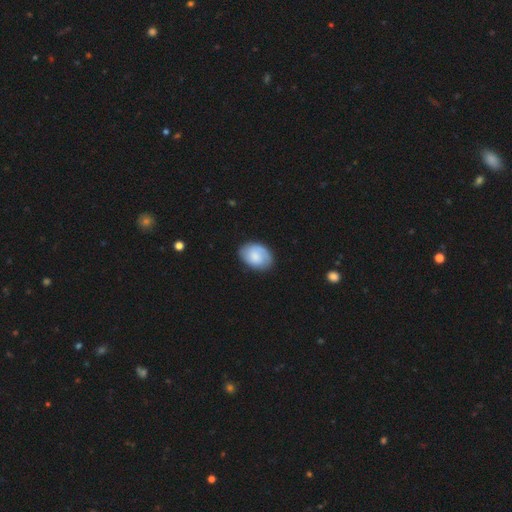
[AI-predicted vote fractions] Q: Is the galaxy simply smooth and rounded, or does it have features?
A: smooth — 64%.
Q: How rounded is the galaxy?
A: in between — 76%.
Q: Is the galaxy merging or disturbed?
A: none — 78%.